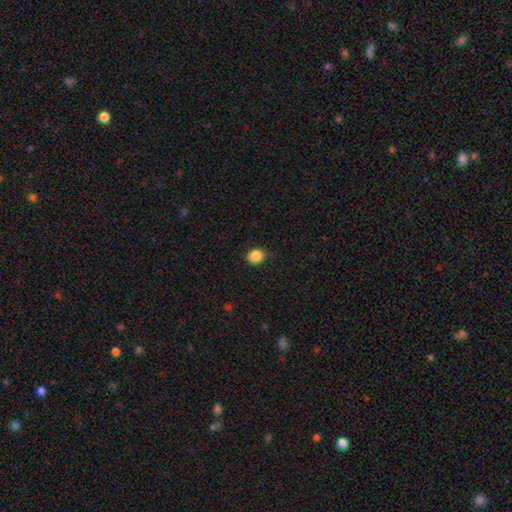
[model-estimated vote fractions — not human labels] A smooth galaxy with no disk features (87%) that is round (69%).

Vote fractions:
- Smooth or featured? smooth: 87% / star or artifact: 10% / featured or disk: 3%
- How rounded? round: 69% / in between: 30% / cigar-shaped: 1%
- Merging? none: 87% / minor disturbance: 10% / major disturbance: 2% / merger: 1%